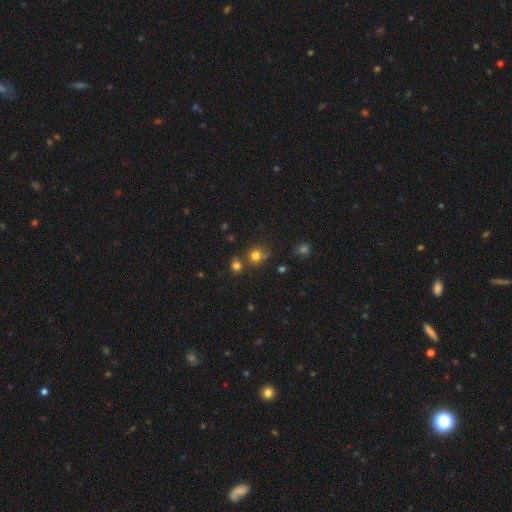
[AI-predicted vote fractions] smooth 76%, star or artifact 17%, featured or disk 7%. Down the decision tree: how rounded — round (85%); merging — none (64%).